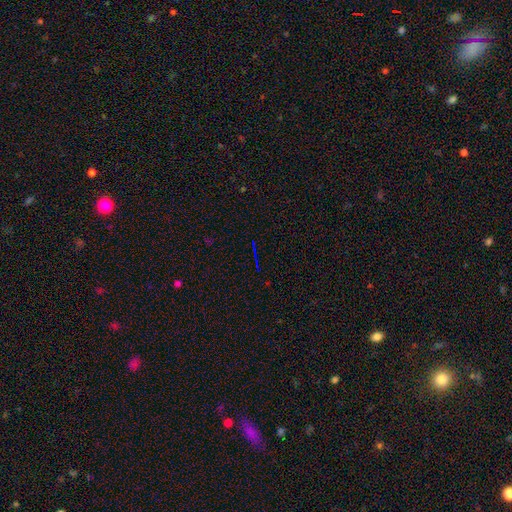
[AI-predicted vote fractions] This is likely a star or artifact rather than a galaxy (74%).